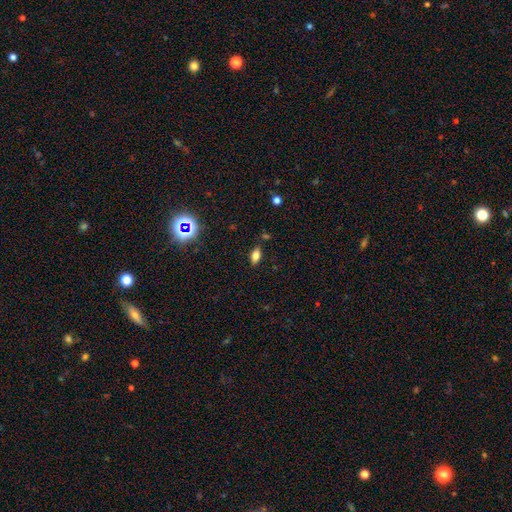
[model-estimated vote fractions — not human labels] smooth-or-featured: smooth: 75% | star or artifact: 13% | featured or disk: 12%
  how-rounded: in between: 88% | cigar-shaped: 7% | round: 5%
  merging: none: 83% | minor disturbance: 11% | merger: 4% | major disturbance: 3%